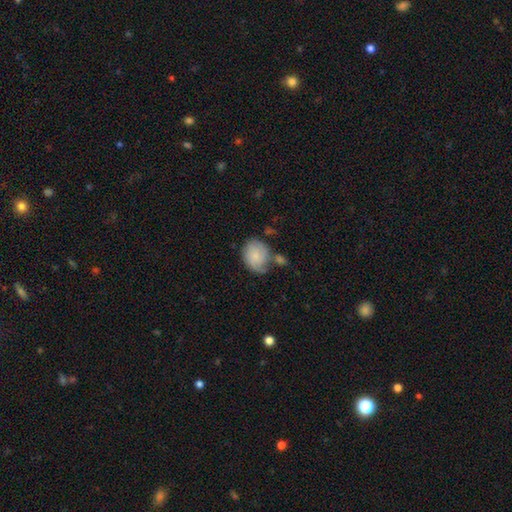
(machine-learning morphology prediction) A smooth galaxy with no disk features (71%) that is round (53%).

Vote fractions:
- Smooth or featured? smooth: 71% / featured or disk: 22% / star or artifact: 7%
- How rounded? round: 53% / in between: 46% / cigar-shaped: 1%
- Merging? none: 46% / minor disturbance: 26% / merger: 17% / major disturbance: 11%